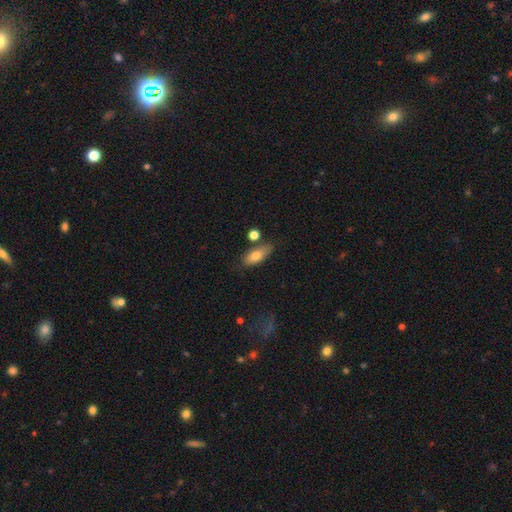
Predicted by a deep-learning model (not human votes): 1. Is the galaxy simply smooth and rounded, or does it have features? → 74% smooth, 18% featured or disk, 7% star or artifact.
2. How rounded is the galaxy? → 79% in between, 17% cigar-shaped, 4% round.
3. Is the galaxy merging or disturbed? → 68% none, 18% minor disturbance, 9% merger, 4% major disturbance.